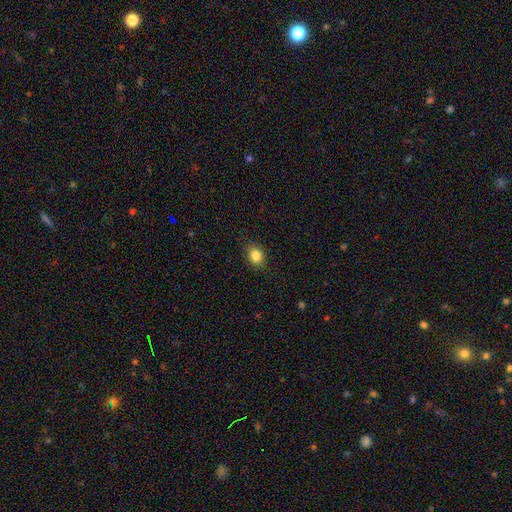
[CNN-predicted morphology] Q: Smooth or featured?
A: smooth (83%); runner-up: star or artifact (10%)
Q: How rounded?
A: round (53%); runner-up: in between (46%)
Q: Merging?
A: none (87%); runner-up: minor disturbance (10%)